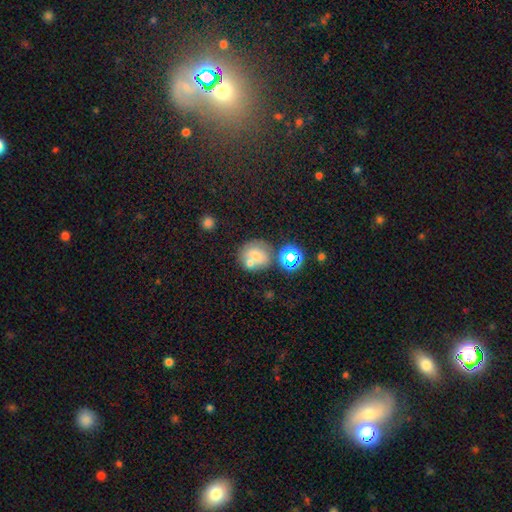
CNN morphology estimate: smooth 64%, featured or disk 18%, star or artifact 18%. Down the decision tree: how rounded — round (79%); merging — none (54%).